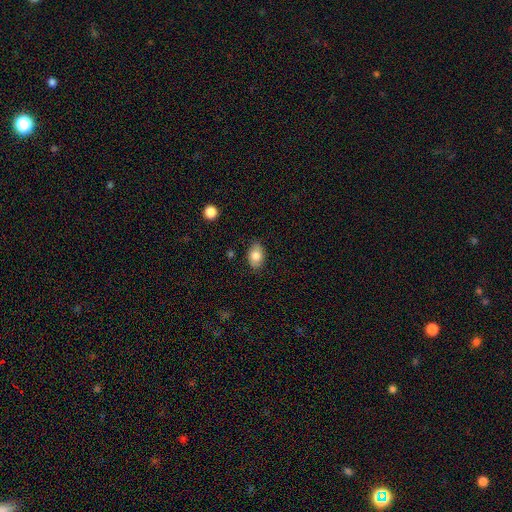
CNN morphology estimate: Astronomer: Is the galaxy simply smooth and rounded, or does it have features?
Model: smooth — 80%.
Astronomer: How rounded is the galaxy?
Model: in between — 86%.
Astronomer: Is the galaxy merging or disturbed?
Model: none — 83%.